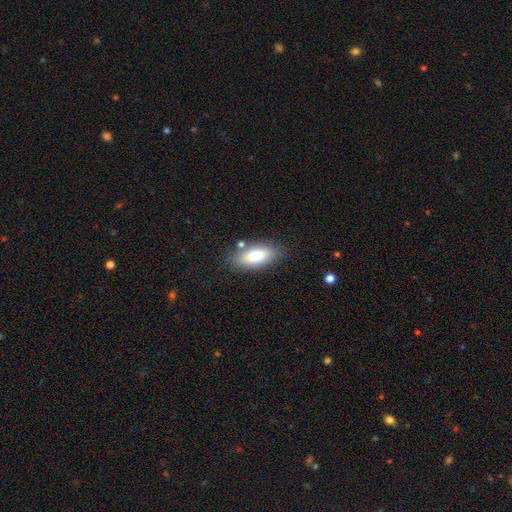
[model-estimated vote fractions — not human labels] Q: Smooth or featured?
A: smooth (77%); runner-up: featured or disk (15%)
Q: How rounded?
A: in between (85%); runner-up: cigar-shaped (12%)
Q: Merging?
A: none (77%); runner-up: minor disturbance (14%)